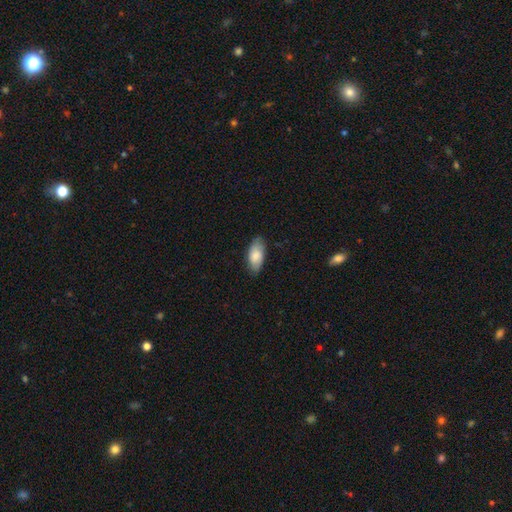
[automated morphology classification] Smooth or featured? smooth (79%)
How rounded? in between (90%)
Merging? none (76%)